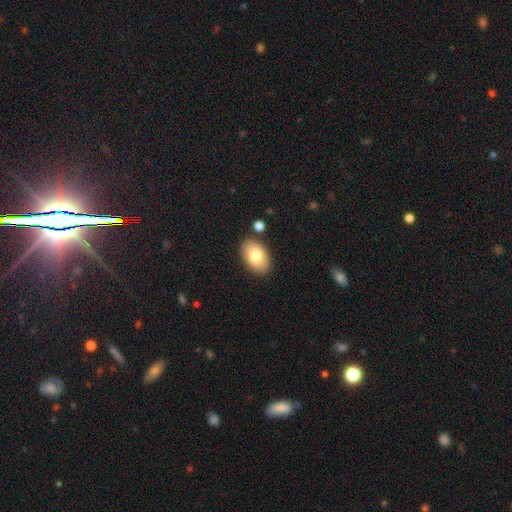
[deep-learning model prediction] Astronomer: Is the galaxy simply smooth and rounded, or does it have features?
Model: smooth — 79%.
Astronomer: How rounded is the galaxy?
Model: in between — 91%.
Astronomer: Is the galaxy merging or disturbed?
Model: none — 84%.